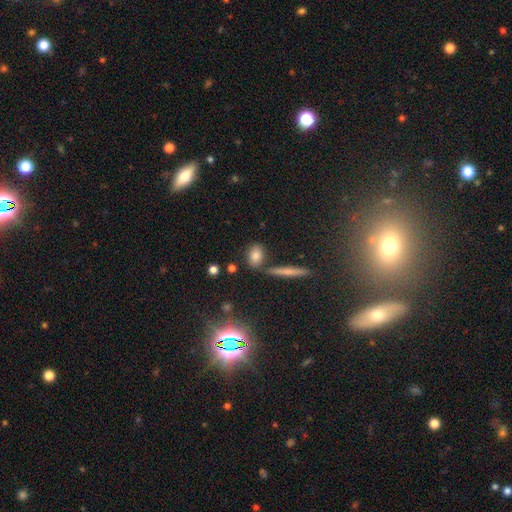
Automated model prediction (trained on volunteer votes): A smooth galaxy with no disk features (80%) that is in between round and cigar-shaped (68%).

Vote fractions:
- Smooth or featured? smooth: 80% / featured or disk: 10% / star or artifact: 10%
- How rounded? in between: 68% / round: 23% / cigar-shaped: 9%
- Merging? none: 74% / minor disturbance: 12% / merger: 11% / major disturbance: 4%